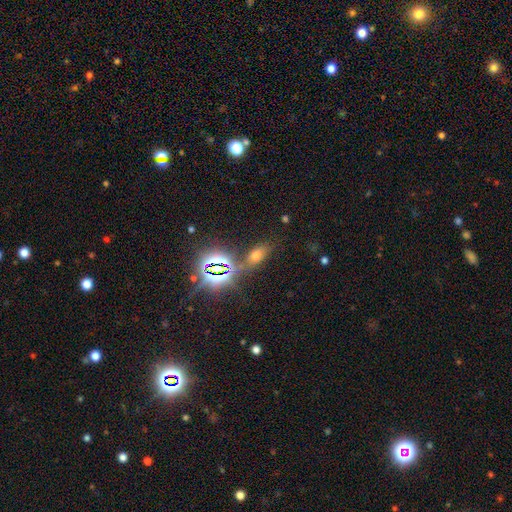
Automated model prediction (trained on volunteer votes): Overall: smooth (51%; star or artifact 38%). How rounded: in between (82%). Merging: none (74%).